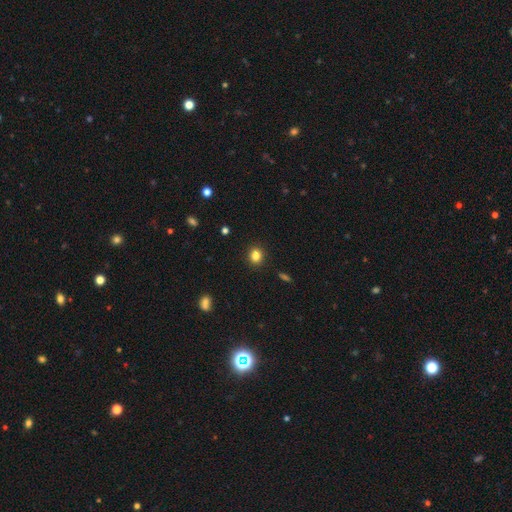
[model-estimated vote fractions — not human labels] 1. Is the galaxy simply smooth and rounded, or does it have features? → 84% smooth, 12% star or artifact, 5% featured or disk.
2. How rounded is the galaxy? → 78% round, 21% in between, 1% cigar-shaped.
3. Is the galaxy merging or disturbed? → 91% none, 6% minor disturbance, 2% major disturbance, 1% merger.